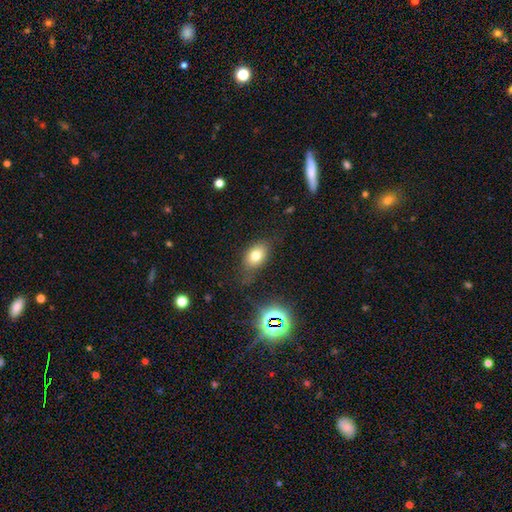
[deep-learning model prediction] Smooth or featured?
  - smooth: 74% *
  - star or artifact: 14%
  - featured or disk: 12%
How rounded?
  - in between: 81% *
  - round: 17%
  - cigar-shaped: 2%
Merging?
  - none: 71% *
  - minor disturbance: 19%
  - major disturbance: 7%
  - merger: 3%